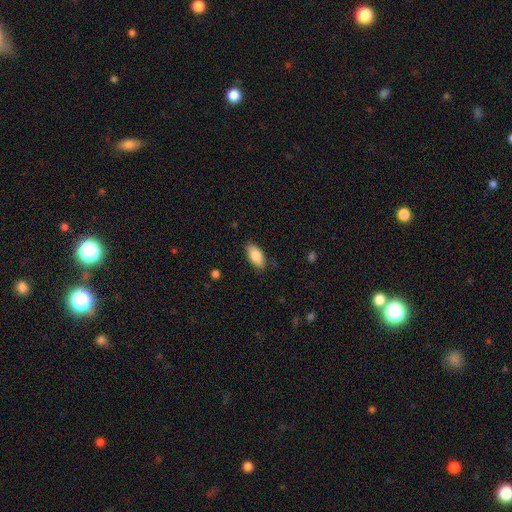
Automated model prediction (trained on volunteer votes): smooth 82%, featured or disk 11%, star or artifact 6%. Down the decision tree: how rounded — in between (89%); merging — none (85%).